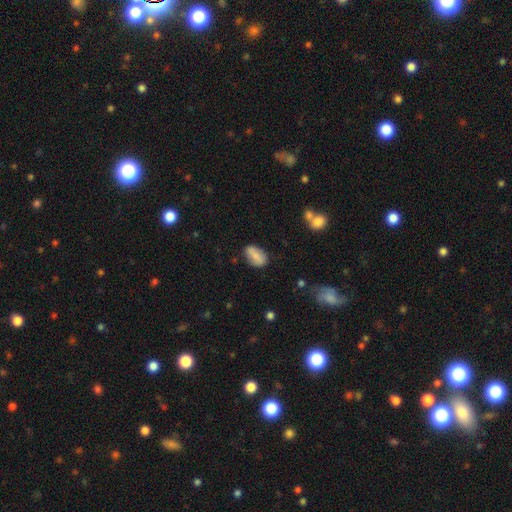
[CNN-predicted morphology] Overall: smooth (77%). How rounded: in between (90%). Merging: none (75%).